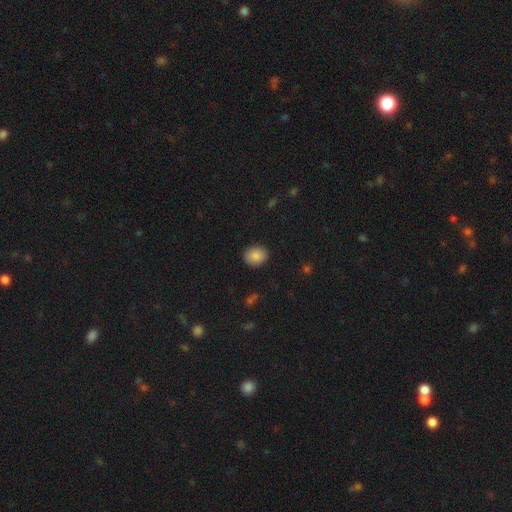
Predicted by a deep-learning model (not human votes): smooth_or_featured: smooth (p=0.87) [alt: star or artifact p=0.08]
how_rounded: round (p=0.57) [alt: in between p=0.42]
merging: none (p=0.89) [alt: minor disturbance p=0.08]